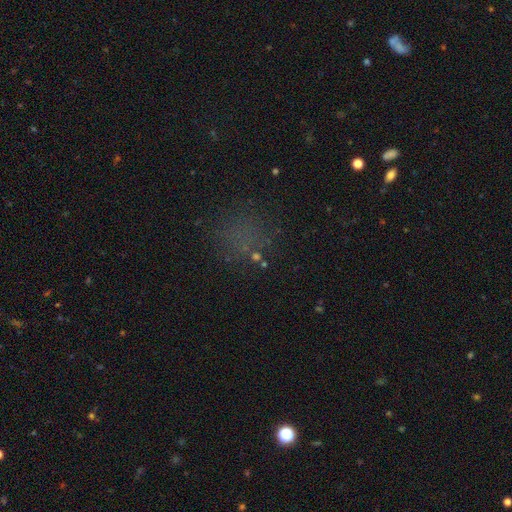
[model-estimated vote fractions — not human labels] A smooth galaxy with no disk features (41%, tied with star or artifact).

Vote fractions:
- Smooth or featured? smooth: 41% (tied) / star or artifact: 41% (tied) / featured or disk: 18%
- Merging? none: 63% / major disturbance: 17% / minor disturbance: 14% / merger: 6%